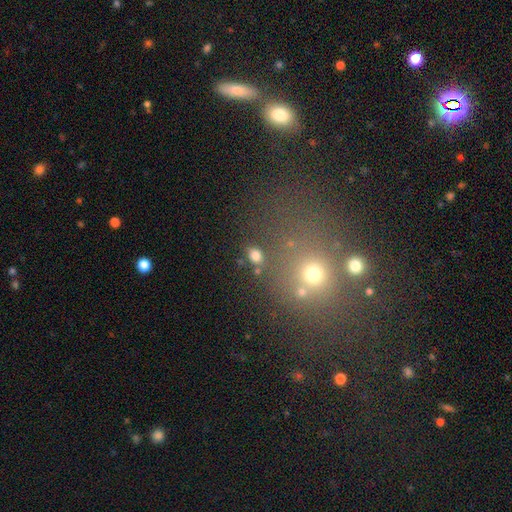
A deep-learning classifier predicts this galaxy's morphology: smooth_or_featured: smooth (p=0.77) [alt: star or artifact p=0.15]
how_rounded: in between (p=0.74) [alt: round p=0.23]
merging: none (p=0.76) [alt: minor disturbance p=0.11]